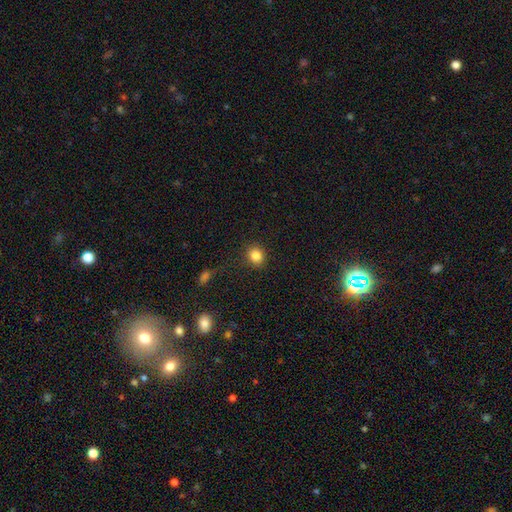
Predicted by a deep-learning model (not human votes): This is clearly a smooth galaxy (84%). How rounded: likely round (74%). Merging: clearly none (88%).